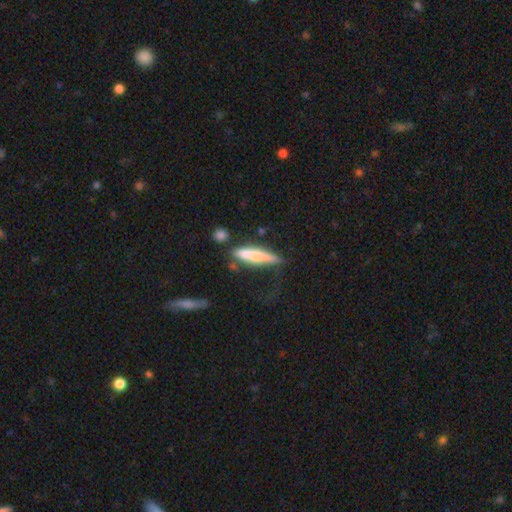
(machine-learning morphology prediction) smooth-or-featured: smooth: 60% | featured or disk: 33% | star or artifact: 7%
  how-rounded: cigar-shaped: 85% | in between: 14% | round: 2%
  merging: none: 41% | minor disturbance: 29% | major disturbance: 20% | merger: 10%